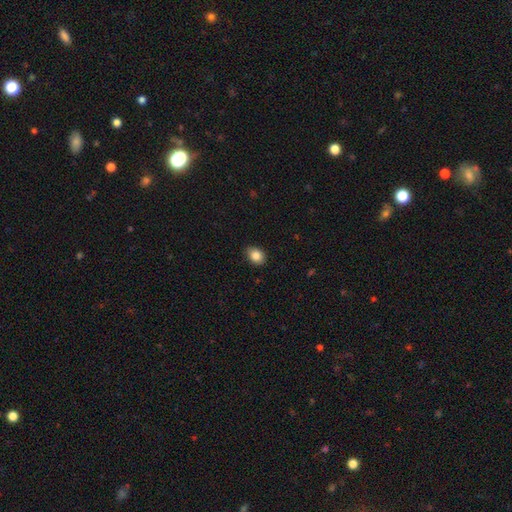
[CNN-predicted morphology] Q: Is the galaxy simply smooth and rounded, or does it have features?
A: smooth — 85%.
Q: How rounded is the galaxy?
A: in between — 68%.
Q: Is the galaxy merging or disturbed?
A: none — 85%.